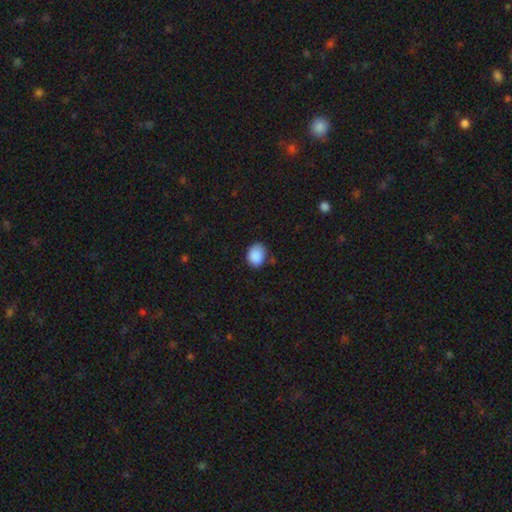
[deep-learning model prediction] The model was most divided on "how rounded": in between: 54%, round: 45%, cigar-shaped: 1%. More confident: smooth or featured — smooth (89%); merging — none (72%).